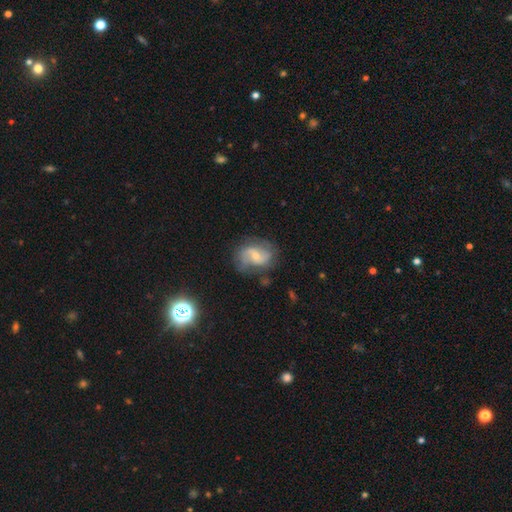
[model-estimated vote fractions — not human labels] smooth-or-featured: featured or disk: 68% | smooth: 24% | star or artifact: 8%
  disk-edge-on: no: 97% | yes: 3%
    bar: weak: 45% | no: 42% | strong: 13%
    has-spiral-arms: yes: 88% | no: 12%
      spiral-winding: medium: 43% | loose: 41% | tight: 16%
      spiral-arm-count: 2: 80% | can't tell: 10% | 1: 4% | 3: 3% | 4: 1% | more than 4: 1%
    bulge-size: small: 55% | moderate: 37% | none: 5% | large: 2% | dominant: 1%
  merging: none: 61% | minor disturbance: 24% | major disturbance: 12% | merger: 3%